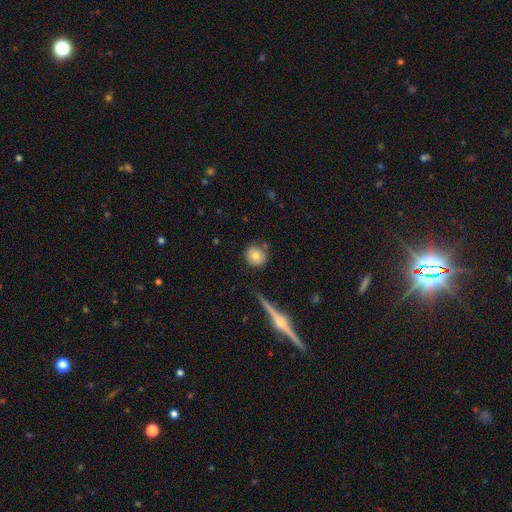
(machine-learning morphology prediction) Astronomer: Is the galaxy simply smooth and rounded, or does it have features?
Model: smooth — 76%.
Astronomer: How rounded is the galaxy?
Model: round — 85%.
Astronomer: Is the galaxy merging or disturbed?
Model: none — 78%.